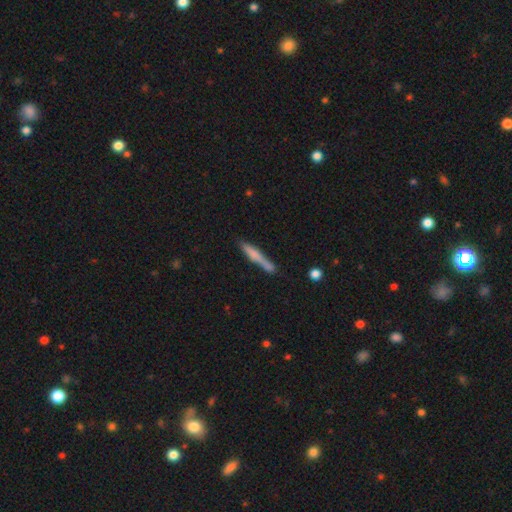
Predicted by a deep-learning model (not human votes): A smooth galaxy with no disk features (58%) that is cigar-shaped (93%). Merging: none (71%).